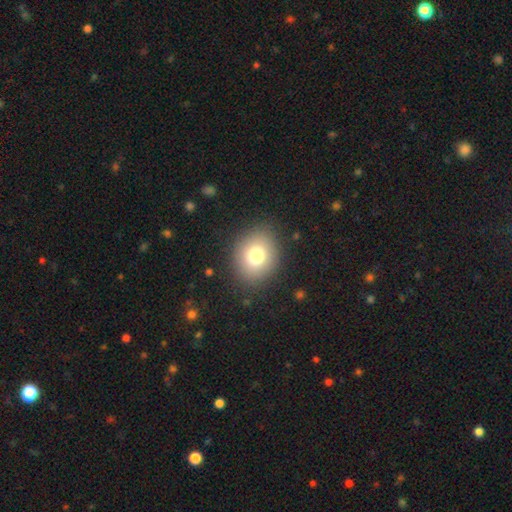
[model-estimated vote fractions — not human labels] Smooth or featured? smooth (77%)
How rounded? round (68%)
Merging? none (87%)